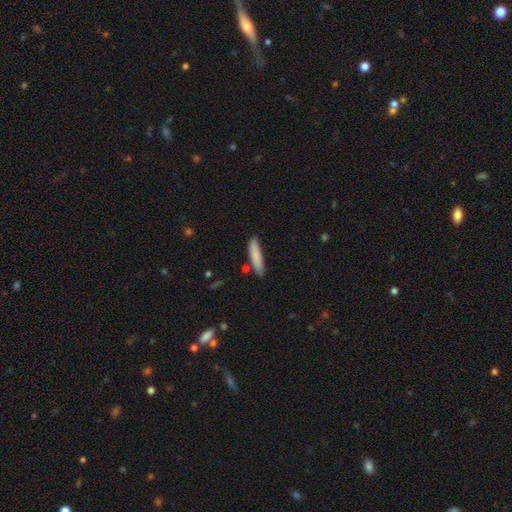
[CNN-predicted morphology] This appears to be a smooth galaxy with no disk features (83%) that is cigar-shaped (81%). Merging: none (79%).